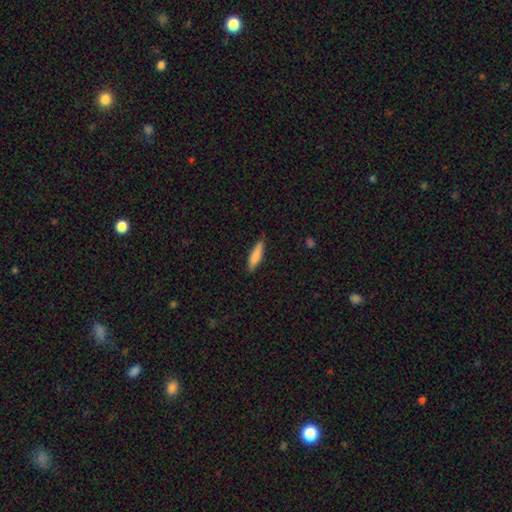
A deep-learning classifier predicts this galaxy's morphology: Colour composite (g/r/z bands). It shows a smooth galaxy with no disk features (81%) that is cigar-shaped (74%). Merging: none (82%).